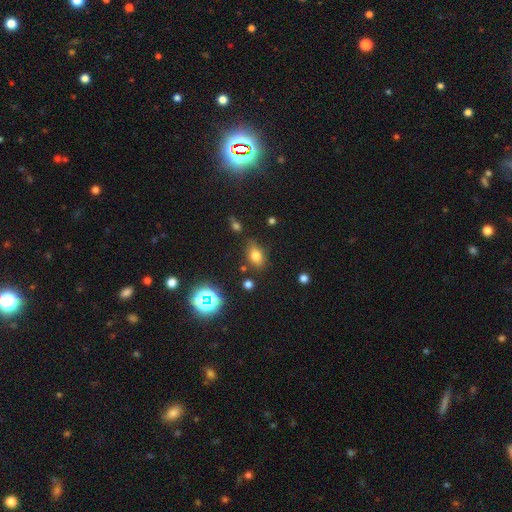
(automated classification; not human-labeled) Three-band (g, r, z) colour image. It shows a smooth galaxy with no disk features (72%) that is in between round and cigar-shaped (80%). Merging: none (73%).